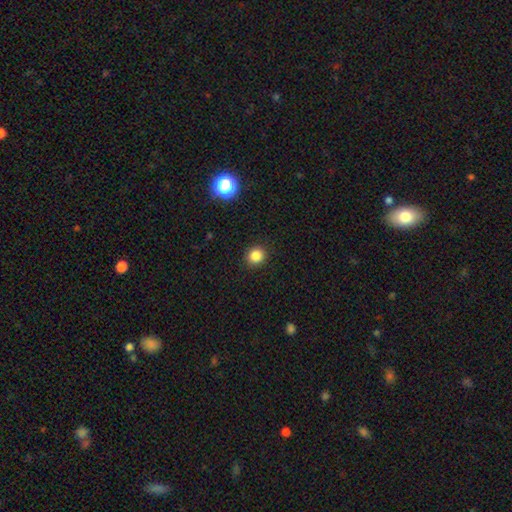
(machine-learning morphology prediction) This appears to be a smooth galaxy with no disk features (84%) that is round (85%). Merging: none (91%).